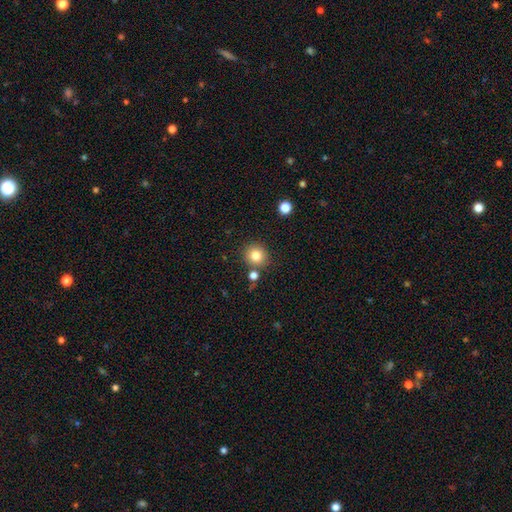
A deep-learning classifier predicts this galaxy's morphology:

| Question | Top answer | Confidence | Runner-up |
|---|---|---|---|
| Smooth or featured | smooth | 82% | star or artifact (11%) |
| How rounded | round | 88% | in between (11%) |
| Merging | none | 81% | minor disturbance (8%) |